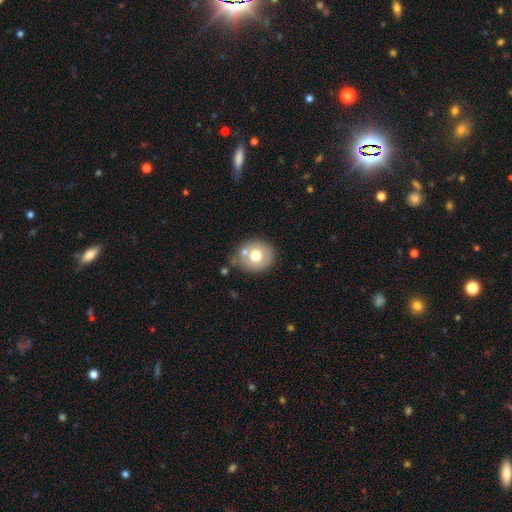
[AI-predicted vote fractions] Smooth or featured? smooth (63%)
How rounded? round (79%)
Merging? none (68%)